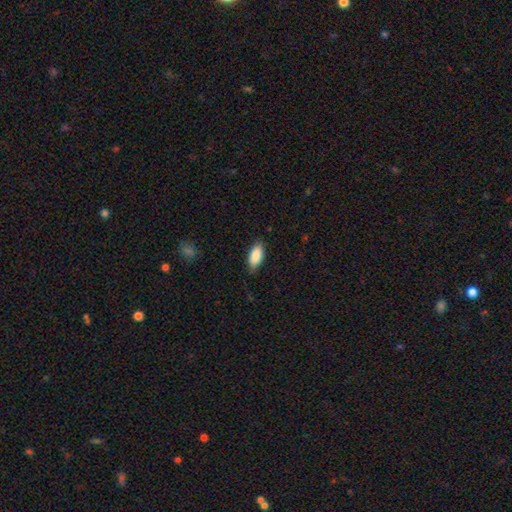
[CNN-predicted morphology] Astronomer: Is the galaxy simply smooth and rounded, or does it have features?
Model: smooth — 87%.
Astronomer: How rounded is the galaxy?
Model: in between — 88%.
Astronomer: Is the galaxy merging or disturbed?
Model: none — 82%.